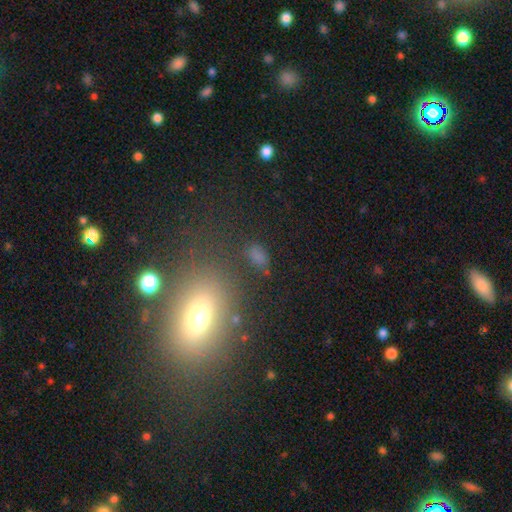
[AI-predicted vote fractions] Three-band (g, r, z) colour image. It shows a smooth galaxy with no disk features (64%) that is in between round and cigar-shaped (79%). Merging: none (68%).